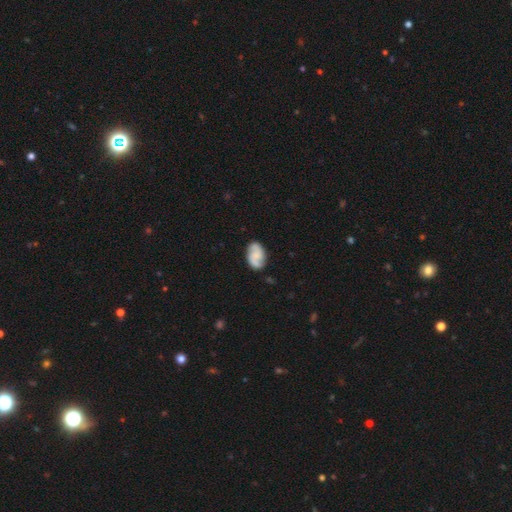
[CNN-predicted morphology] smooth_or_featured: featured or disk (p=0.55) [alt: smooth p=0.38]
disk_edge_on: no (p=0.97) [alt: yes p=0.03]
bar: no (p=0.60) [alt: weak p=0.33]
has_spiral_arms: yes (p=0.92) [alt: no p=0.08]
bulge_size: none (p=0.42) [alt: small p=0.32]
merging: none (p=0.76) [alt: minor disturbance p=0.17]